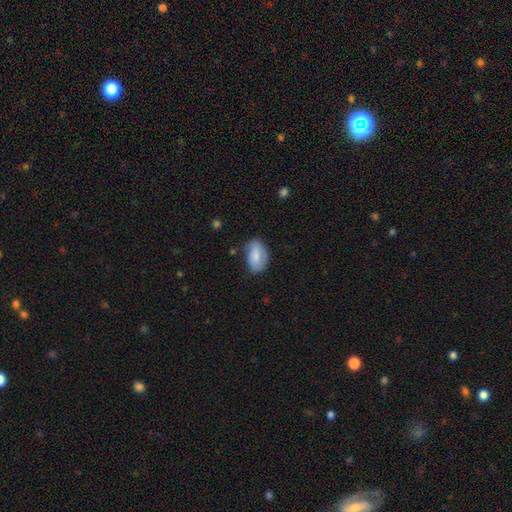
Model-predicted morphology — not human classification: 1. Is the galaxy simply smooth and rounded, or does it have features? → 76% smooth, 17% featured or disk, 7% star or artifact.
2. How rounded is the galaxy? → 91% in between, 7% round, 2% cigar-shaped.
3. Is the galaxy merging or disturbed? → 64% none, 28% minor disturbance, 6% major disturbance, 2% merger.